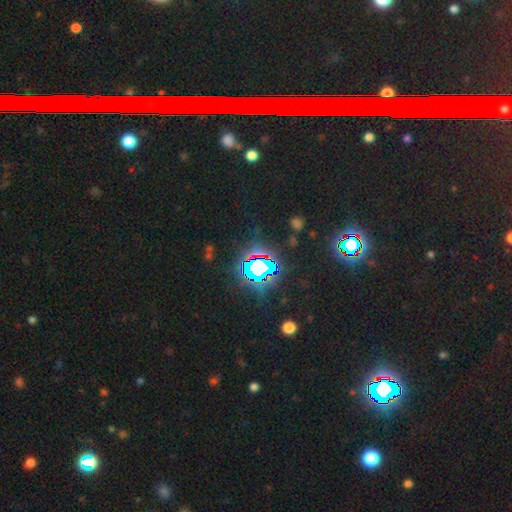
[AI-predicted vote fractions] Smooth or featured? Predicted: star or artifact (p=0.80).